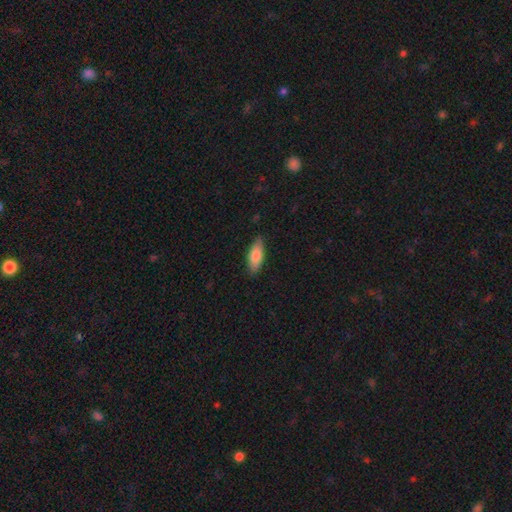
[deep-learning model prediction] smooth 79%, featured or disk 15%, star or artifact 6%. Down the decision tree: how rounded — in between (72%); merging — none (85%).